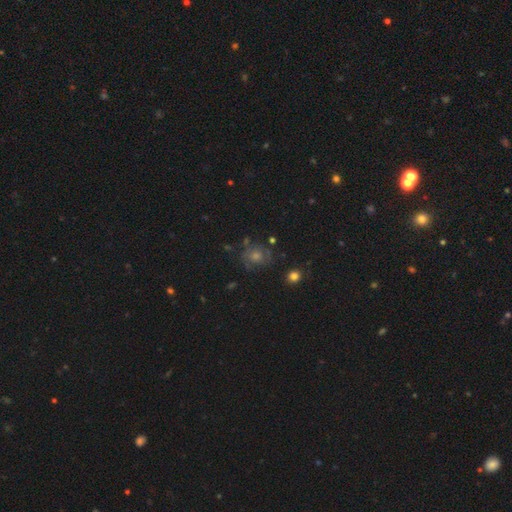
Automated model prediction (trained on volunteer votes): This is marginally a smooth galaxy (35%). Merging: likely none (73%).